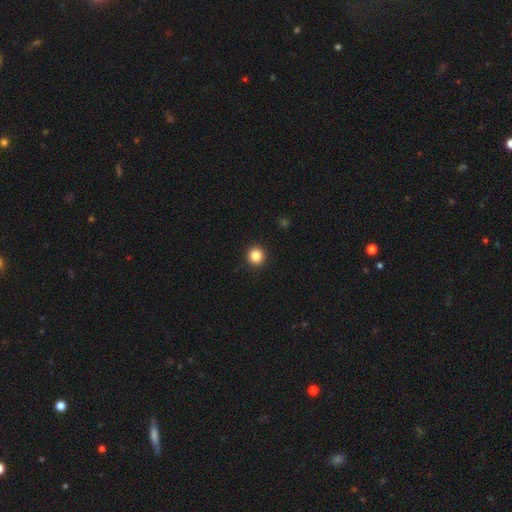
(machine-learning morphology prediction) Smooth or featured?
  - smooth: 86% *
  - star or artifact: 11%
  - featured or disk: 4%
How rounded?
  - round: 94% *
  - in between: 5%
  - cigar-shaped: 1%
Merging?
  - none: 93% *
  - minor disturbance: 4%
  - major disturbance: 2%
  - merger: 1%